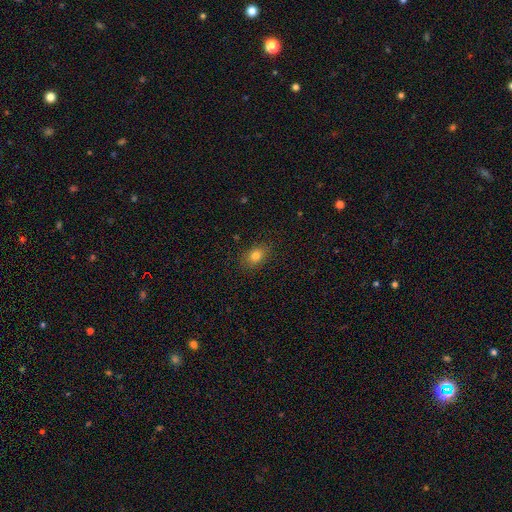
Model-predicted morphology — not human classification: Overall: smooth (80%). How rounded: in between (68%; round 30%). Merging: none (86%).